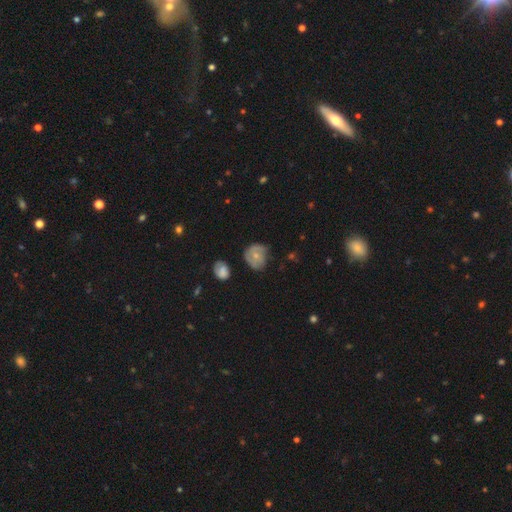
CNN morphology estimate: smooth 51%, featured or disk 40%, star or artifact 8%. Down the decision tree: how rounded — round (68%); merging — none (51%).